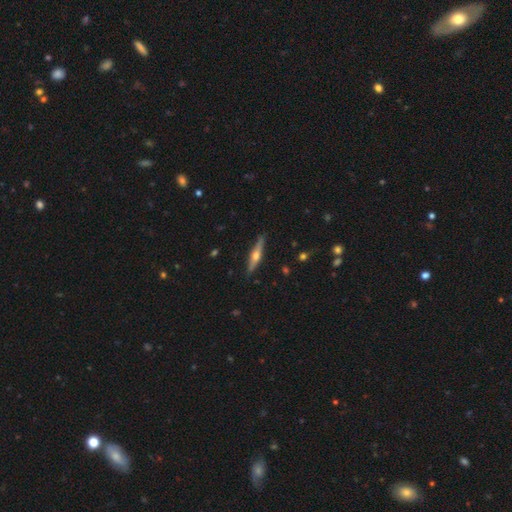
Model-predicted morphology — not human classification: smooth-or-featured: featured or disk: 63% | smooth: 31% | star or artifact: 6%
  disk-edge-on: yes: 96% | no: 4%
    edge-on-bulge: rounded: 91% | none: 5% | boxy: 4%
  merging: none: 87% | minor disturbance: 10% | major disturbance: 2% | merger: 1%